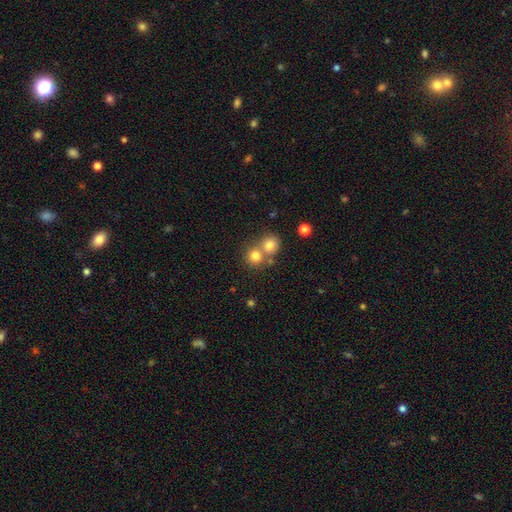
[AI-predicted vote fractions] The model was most divided on "merging": none: 47%, merger: 45%, minor disturbance: 6%, major disturbance: 2%. More confident: how rounded — round (87%); smooth or featured — smooth (77%).